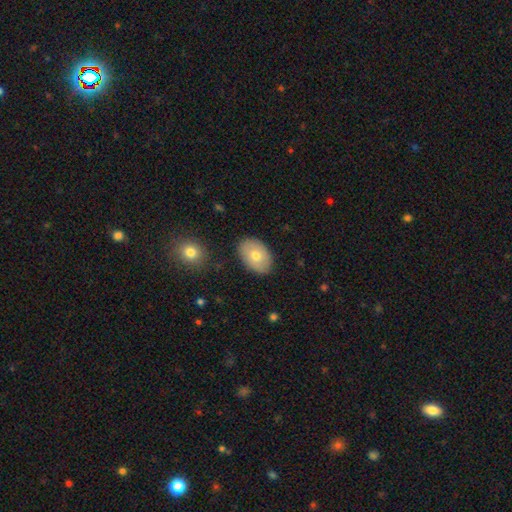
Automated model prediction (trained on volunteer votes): Morphology: type=smooth (70%); roundness=in between (86%); merging=none (85%).